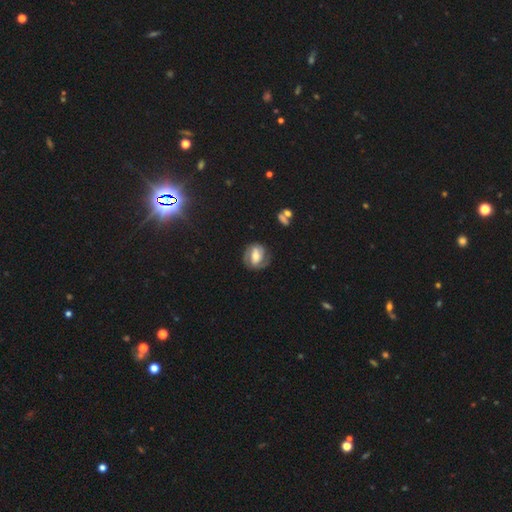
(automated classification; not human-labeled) Q: Smooth or featured?
A: featured or disk (69%); runner-up: smooth (23%)
Q: Edge-on disk?
A: no (96%); runner-up: yes (4%)
Q: Bar?
A: strong (42%); runner-up: weak (38%)
Q: Spiral arms?
A: yes (84%); runner-up: no (16%)
Q: Spiral winding?
A: tight (46%); runner-up: medium (41%)
Q: Spiral arm count?
A: 2 (82%); runner-up: can't tell (10%)
Q: Bulge size?
A: moderate (54%); runner-up: small (21%)
Q: Merging?
A: none (74%); runner-up: minor disturbance (16%)